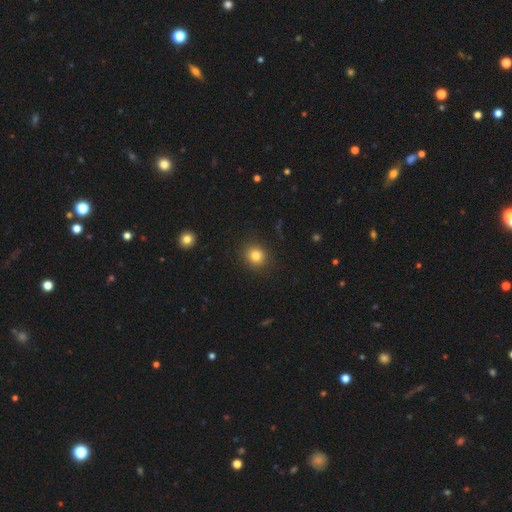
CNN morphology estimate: Smooth or featured?
  - smooth: 81% *
  - star or artifact: 12%
  - featured or disk: 7%
How rounded?
  - round: 82% *
  - in between: 17%
  - cigar-shaped: 1%
Merging?
  - none: 89% *
  - minor disturbance: 7%
  - major disturbance: 2%
  - merger: 1%